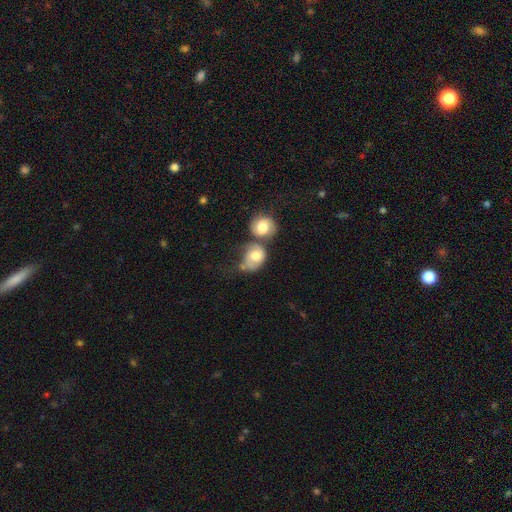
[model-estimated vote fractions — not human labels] Smooth or featured? Predicted: smooth (p=0.58). How rounded? Predicted: round (p=0.61). Merging? Predicted: merger (p=0.59).